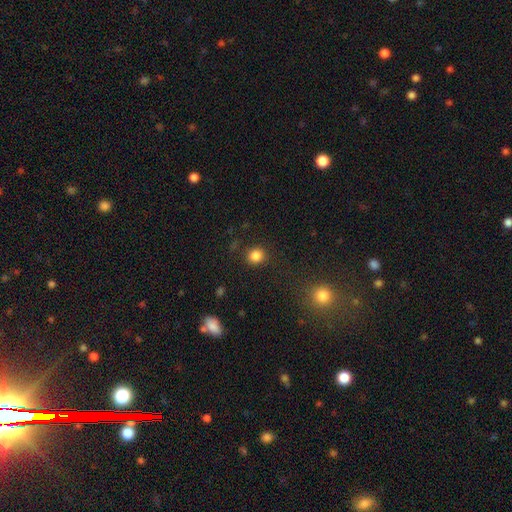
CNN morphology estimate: This is clearly a smooth galaxy (83%). How rounded: clearly round (83%). Merging: clearly none (87%).